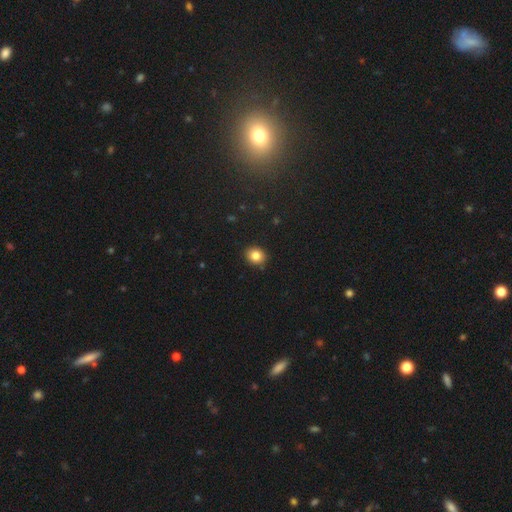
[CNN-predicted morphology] Smooth or featured? Predicted: smooth (p=0.84). How rounded? Predicted: round (p=0.69). Merging? Predicted: none (p=0.89).